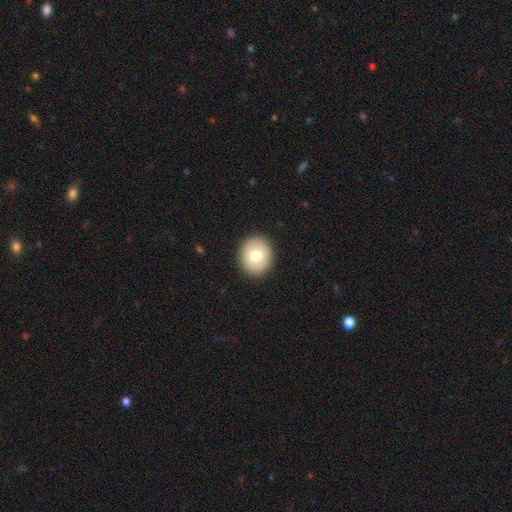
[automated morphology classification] Smooth or featured? Predicted: smooth (p=0.73). How rounded? Predicted: round (p=0.66). Merging? Predicted: none (p=0.91).